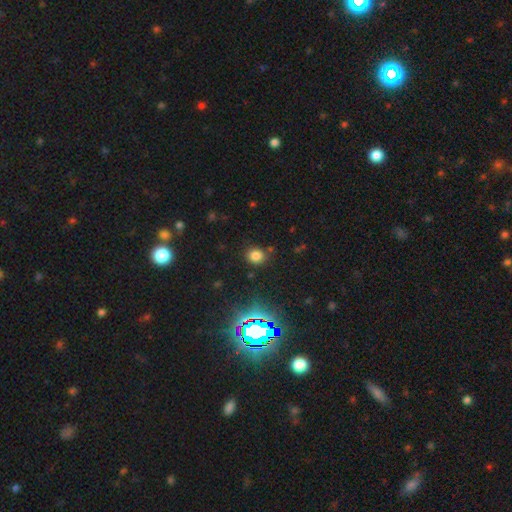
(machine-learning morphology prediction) type=smooth (74%); roundness=round (77%); merging=none (84%).